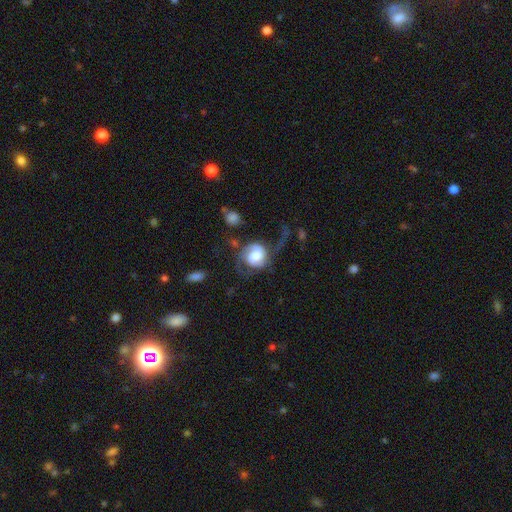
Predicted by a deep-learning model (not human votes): Q: Smooth or featured?
A: featured or disk (71%); runner-up: smooth (22%)
Q: Edge-on disk?
A: no (98%); runner-up: yes (2%)
Q: Bar?
A: no (55%); runner-up: weak (35%)
Q: Spiral arms?
A: yes (91%); runner-up: no (9%)
Q: Spiral winding?
A: medium (41%); runner-up: loose (33%)
Q: Spiral arm count?
A: 2 (74%); runner-up: 1 (15%)
Q: Bulge size?
A: large (43%); runner-up: moderate (33%)
Q: Merging?
A: none (39%); runner-up: major disturbance (37%)